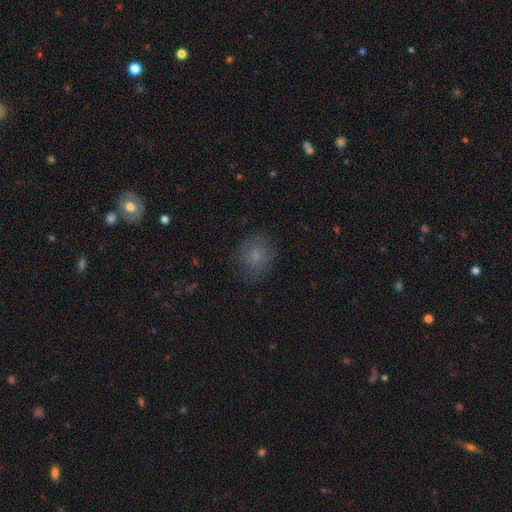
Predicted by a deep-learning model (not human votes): Smooth or featured? Predicted: smooth (p=0.73). How rounded? Predicted: round (p=0.62). Merging? Predicted: none (p=0.75).